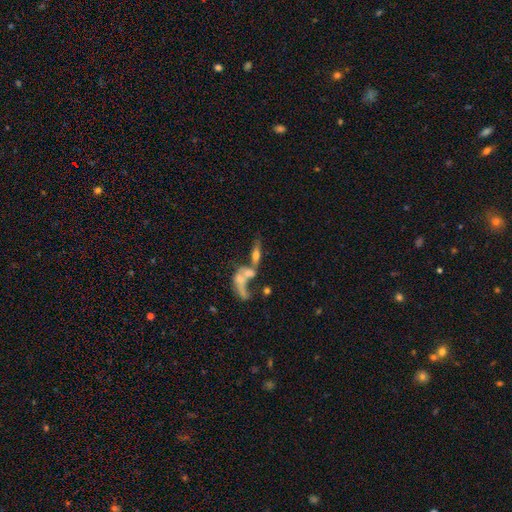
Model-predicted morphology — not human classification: Smooth or featured: featured or disk — 52% (smooth — 34%)
Edge-on disk: no — 72% (yes — 28%)
Merging: merger — 58% (none — 18%)